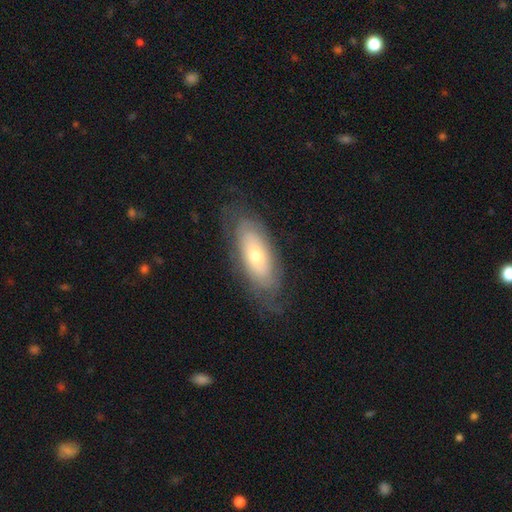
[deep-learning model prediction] Morphology: type=smooth (47%); merging=none (71%).